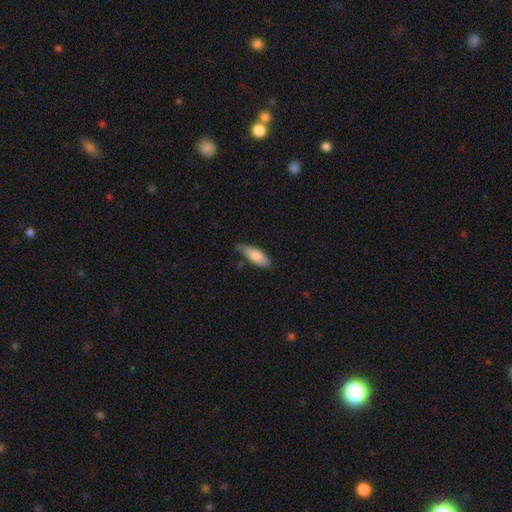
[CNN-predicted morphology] A smooth galaxy with no disk features (76%) that is in between round and cigar-shaped (70%).

Vote fractions:
- Smooth or featured? smooth: 76% / featured or disk: 18% / star or artifact: 6%
- How rounded? in between: 70% / cigar-shaped: 28% / round: 2%
- Merging? none: 58% / minor disturbance: 34% / major disturbance: 5% / merger: 3%